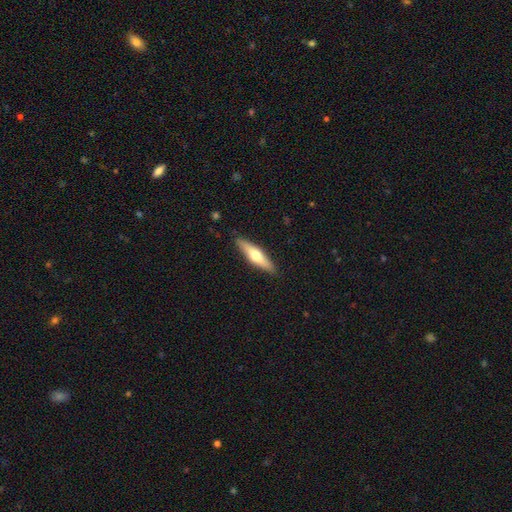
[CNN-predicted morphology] Smooth or featured?
  - featured or disk: 47% * (tied)
  - smooth: 47% * (tied)
  - star or artifact: 5%
Merging?
  - none: 89% *
  - minor disturbance: 8%
  - major disturbance: 2%
  - merger: 1%